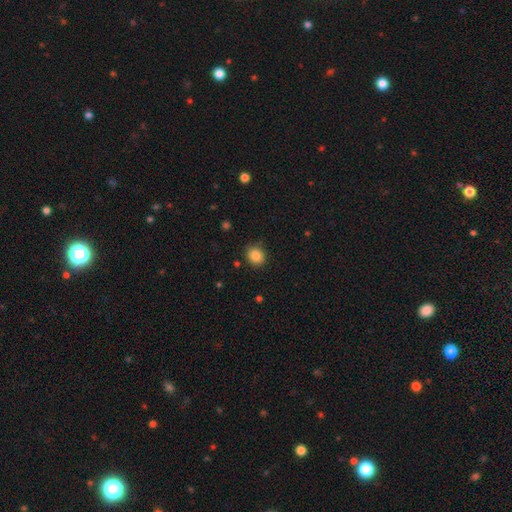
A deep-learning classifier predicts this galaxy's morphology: Overall: smooth (87%). How rounded: round (66%; in between 33%). Merging: none (85%).